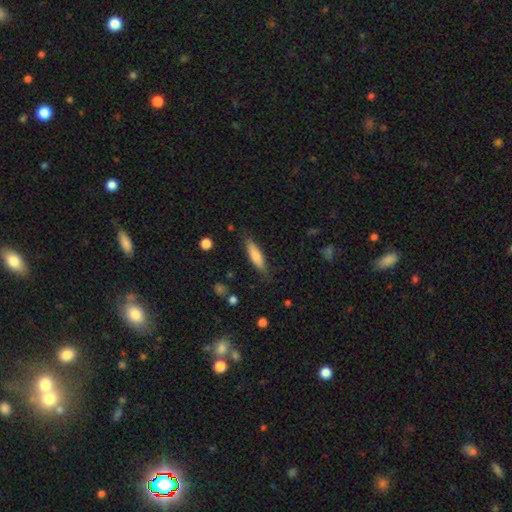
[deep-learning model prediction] smooth-or-featured: smooth: 74% | featured or disk: 20% | star or artifact: 6%
  how-rounded: cigar-shaped: 66% | in between: 32% | round: 2%
  merging: none: 80% | minor disturbance: 15% | major disturbance: 3% | merger: 2%